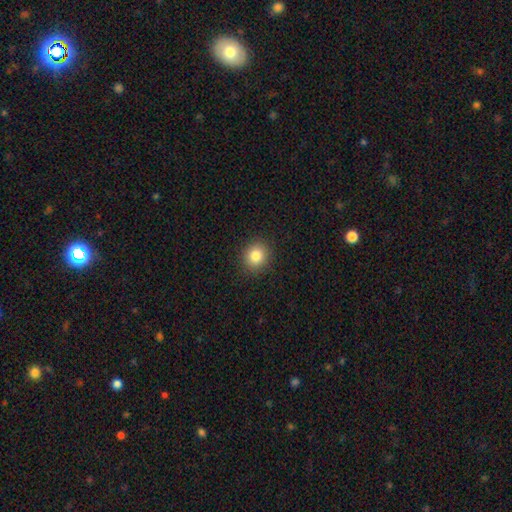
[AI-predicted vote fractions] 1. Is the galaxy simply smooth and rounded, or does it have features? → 83% smooth, 11% star or artifact, 6% featured or disk.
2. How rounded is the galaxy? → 81% round, 18% in between, 1% cigar-shaped.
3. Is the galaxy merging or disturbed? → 91% none, 6% minor disturbance, 2% major disturbance, 1% merger.